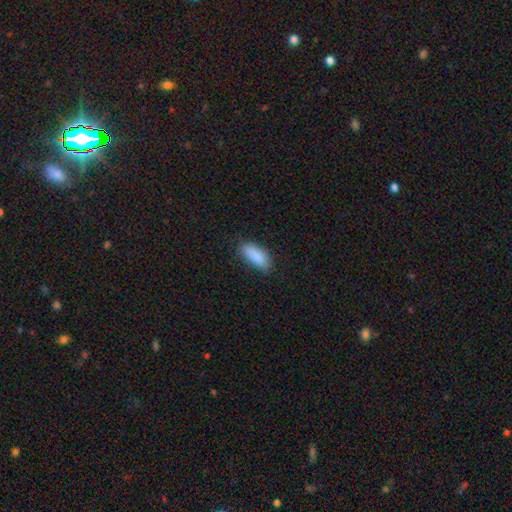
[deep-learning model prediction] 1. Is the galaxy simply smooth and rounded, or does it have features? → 87% smooth, 7% star or artifact, 6% featured or disk.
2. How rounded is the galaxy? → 77% in between, 21% cigar-shaped, 2% round.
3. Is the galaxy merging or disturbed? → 75% none, 20% minor disturbance, 4% major disturbance, 1% merger.